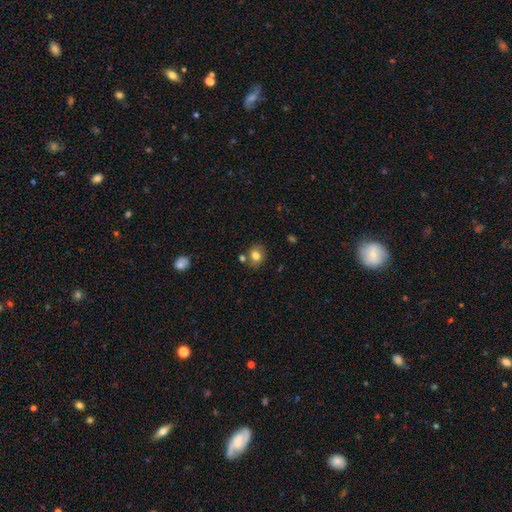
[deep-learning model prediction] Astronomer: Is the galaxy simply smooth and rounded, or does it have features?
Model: smooth — 79%.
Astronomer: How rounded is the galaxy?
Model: round — 65%.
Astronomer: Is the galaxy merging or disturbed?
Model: none — 74%.